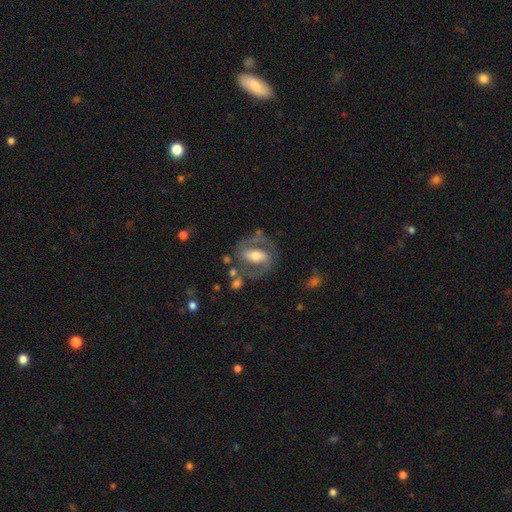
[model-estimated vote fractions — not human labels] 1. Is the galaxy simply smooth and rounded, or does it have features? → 75% featured or disk, 19% smooth, 6% star or artifact.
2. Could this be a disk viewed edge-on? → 95% no, 5% yes.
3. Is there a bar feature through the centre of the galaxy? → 44% strong, 31% weak, 25% no.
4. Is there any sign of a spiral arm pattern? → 78% yes, 22% no.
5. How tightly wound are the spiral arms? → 50% medium, 33% tight, 17% loose.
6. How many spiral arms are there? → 84% 2, 8% can't tell, 5% 1, 1% 3, 1% 4, 1% more than 4.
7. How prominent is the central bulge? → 61% moderate, 21% small, 15% large, 2% dominant, 2% none.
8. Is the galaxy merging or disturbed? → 66% none, 16% minor disturbance, 13% major disturbance, 5% merger.